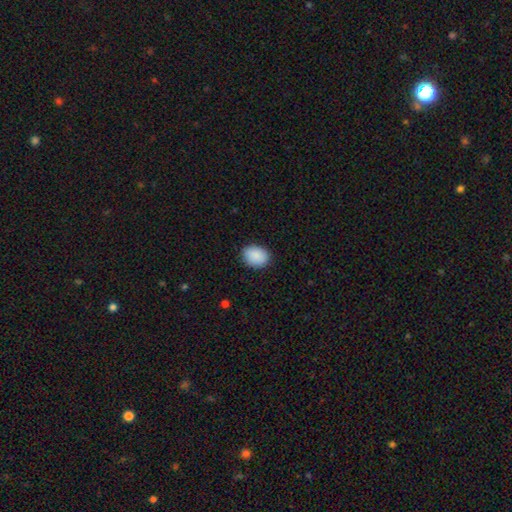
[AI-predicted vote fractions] Q: Smooth or featured?
A: smooth (90%); runner-up: star or artifact (7%)
Q: How rounded?
A: in between (65%); runner-up: round (34%)
Q: Merging?
A: none (86%); runner-up: minor disturbance (10%)